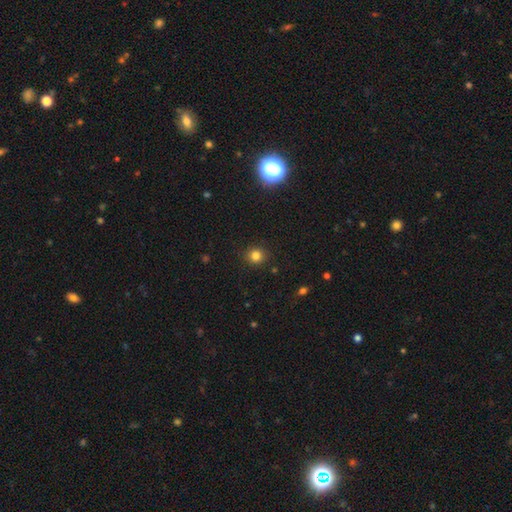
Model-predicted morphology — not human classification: Overall: smooth (82%). How rounded: round (90%). Merging: none (90%).